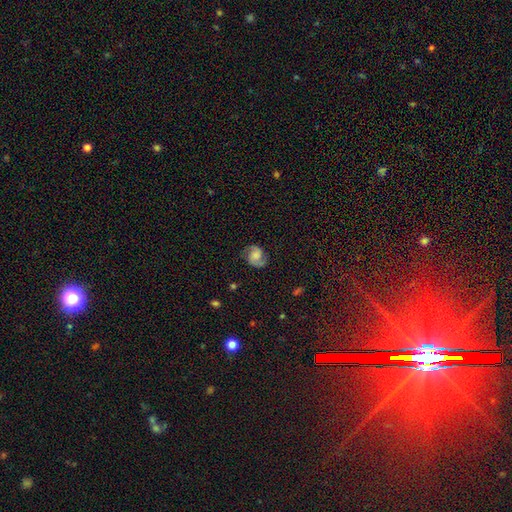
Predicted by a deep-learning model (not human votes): Smooth or featured? Predicted: featured or disk (p=0.78). Edge-on disk? Predicted: no (p=0.98). Bar? Predicted: no (p=0.58). Spiral arms? Predicted: yes (p=0.96). Spiral winding? Predicted: medium (p=0.53). Spiral arm count? Predicted: 2 (p=0.92). Bulge size? Predicted: moderate (p=0.30). Merging? Predicted: none (p=0.79).